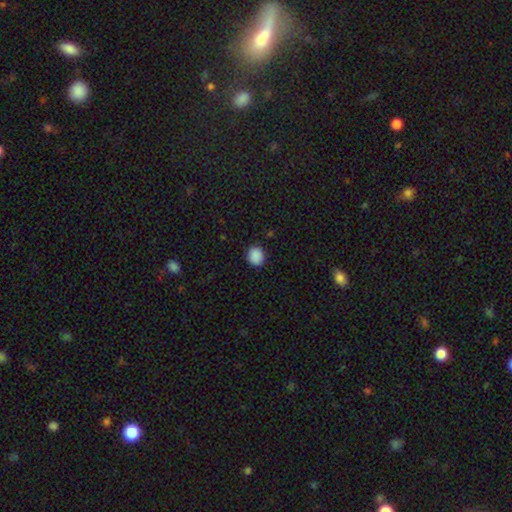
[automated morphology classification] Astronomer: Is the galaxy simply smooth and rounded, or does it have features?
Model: smooth — 88%.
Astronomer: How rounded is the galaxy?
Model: round — 70%.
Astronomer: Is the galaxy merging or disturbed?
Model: none — 88%.